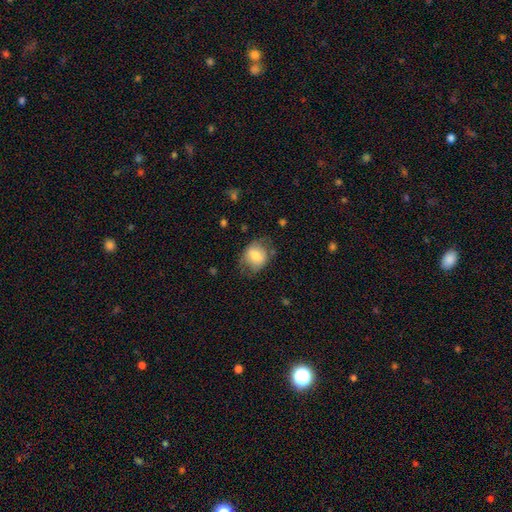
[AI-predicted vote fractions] Morphology: type=smooth (70%); roundness=round (55%); merging=none (59%).